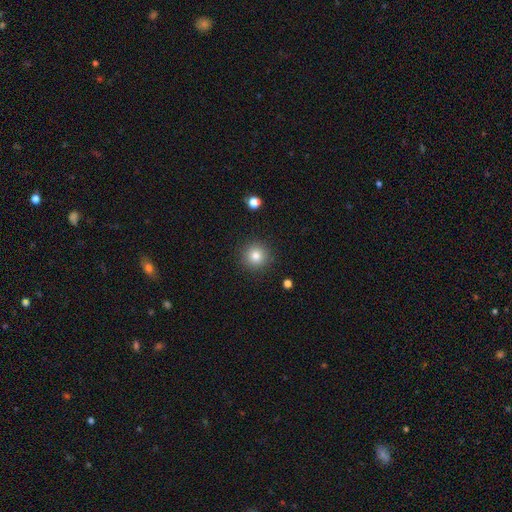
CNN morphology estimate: Q: Smooth or featured?
A: smooth (81%); runner-up: star or artifact (11%)
Q: How rounded?
A: round (94%); runner-up: in between (5%)
Q: Merging?
A: none (90%); runner-up: minor disturbance (6%)